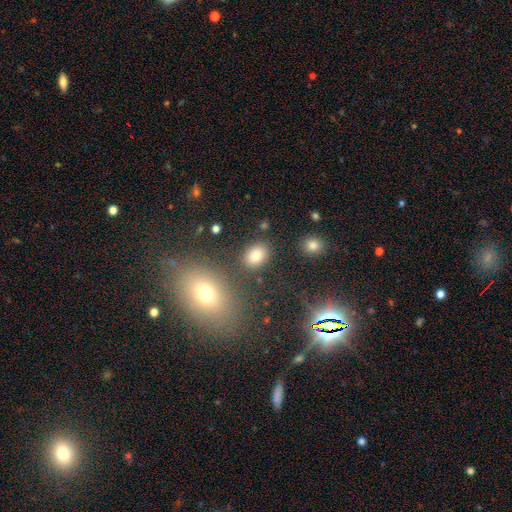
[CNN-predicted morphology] The model was most divided on "how rounded": in between: 71%, round: 28%, cigar-shaped: 1%. More confident: smooth or featured — smooth (82%); merging — none (81%).